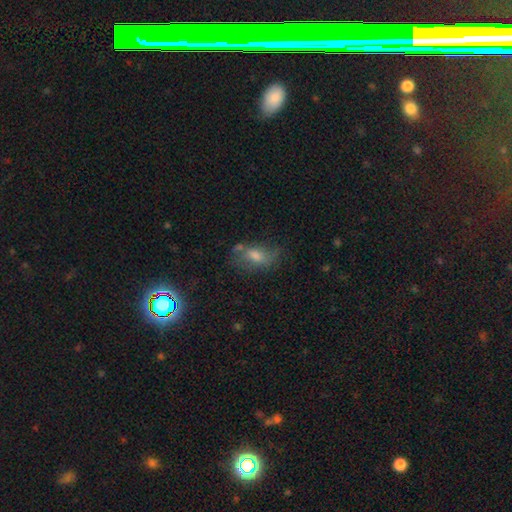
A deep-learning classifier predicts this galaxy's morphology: Smooth or featured: smooth — 47% (featured or disk — 33%)
Merging: none — 52% (minor disturbance — 25%)